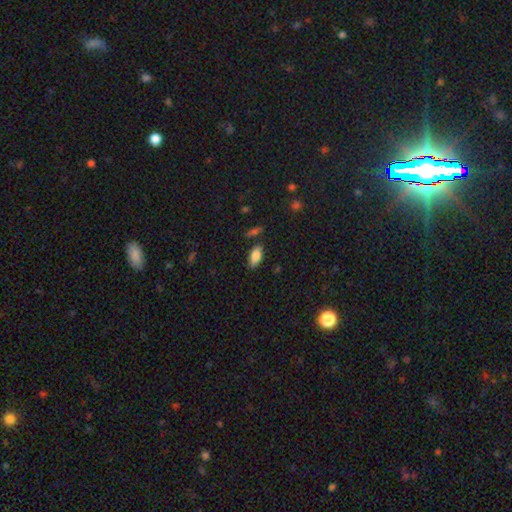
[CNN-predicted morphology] A smooth galaxy with no disk features (84%) that is in between round and cigar-shaped (91%).

Vote fractions:
- Smooth or featured? smooth: 84% / featured or disk: 9% / star or artifact: 8%
- How rounded? in between: 91% / cigar-shaped: 7% / round: 3%
- Merging? none: 80% / minor disturbance: 13% / merger: 4% / major disturbance: 3%